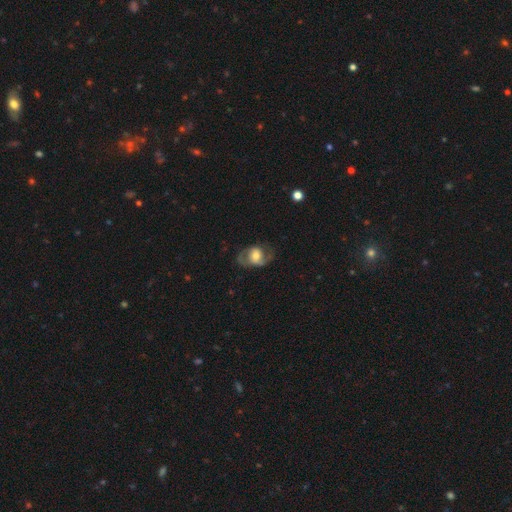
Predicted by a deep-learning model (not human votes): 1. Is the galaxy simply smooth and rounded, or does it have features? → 58% featured or disk, 35% smooth, 7% star or artifact.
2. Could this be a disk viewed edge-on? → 95% no, 5% yes.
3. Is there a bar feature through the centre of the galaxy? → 58% no, 30% weak, 12% strong.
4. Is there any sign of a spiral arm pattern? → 68% yes, 32% no.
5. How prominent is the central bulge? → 54% moderate, 21% large, 20% small, 3% dominant, 2% none.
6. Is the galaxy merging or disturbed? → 61% none, 20% minor disturbance, 18% major disturbance, 2% merger.